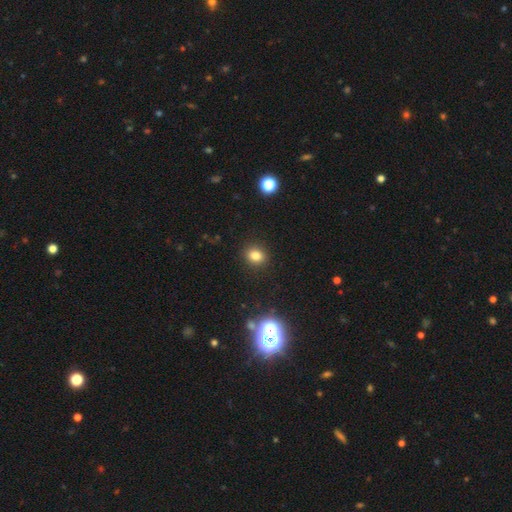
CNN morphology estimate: smooth-or-featured: smooth: 81% | star or artifact: 13% | featured or disk: 6%
  how-rounded: round: 65% | in between: 34% | cigar-shaped: 1%
  merging: none: 90% | minor disturbance: 7% | major disturbance: 2% | merger: 1%